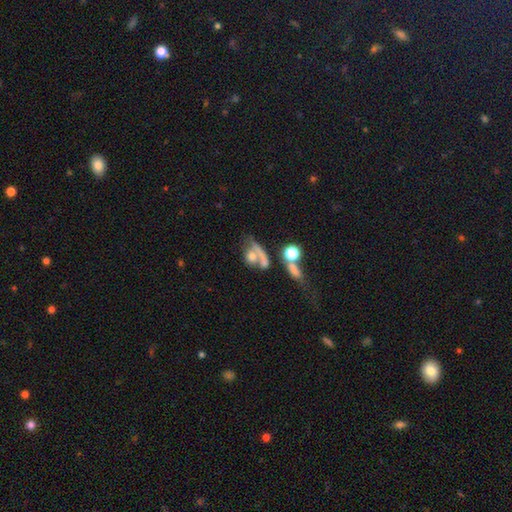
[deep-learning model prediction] The model was most divided on "how rounded": in between: 46%, round: 44%, cigar-shaped: 10%. Remaining: smooth or featured — smooth (55%); merging — merger (40%).